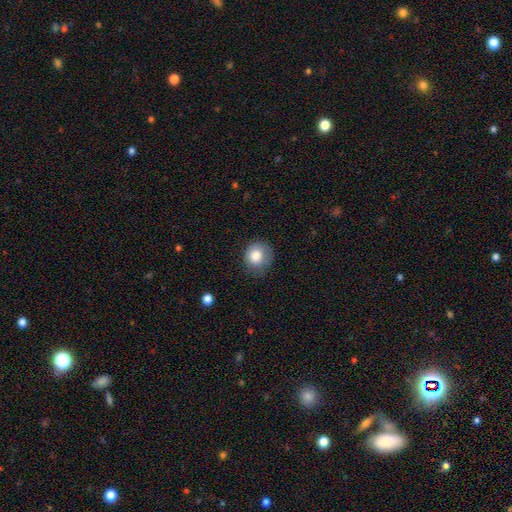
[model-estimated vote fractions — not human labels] A smooth galaxy with no disk features (82%) that is round (83%).

Vote fractions:
- Smooth or featured? smooth: 82% / featured or disk: 10% / star or artifact: 9%
- How rounded? round: 83% / in between: 16% / cigar-shaped: 1%
- Merging? none: 68% / minor disturbance: 23% / major disturbance: 8% / merger: 1%